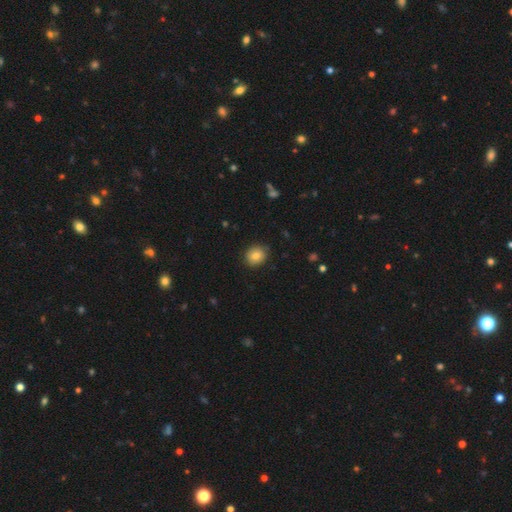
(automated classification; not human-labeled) This is clearly a smooth galaxy (81%). How rounded: likely round (77%). Merging: clearly none (88%).